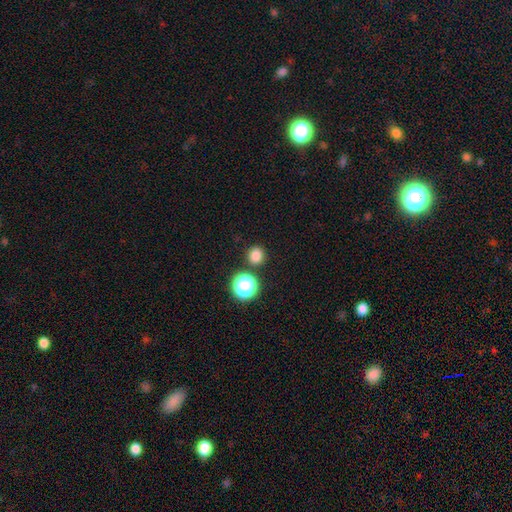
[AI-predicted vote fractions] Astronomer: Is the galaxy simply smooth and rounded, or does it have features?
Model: smooth — 80%.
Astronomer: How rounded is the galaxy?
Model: round — 90%.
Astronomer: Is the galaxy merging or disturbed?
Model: none — 85%.